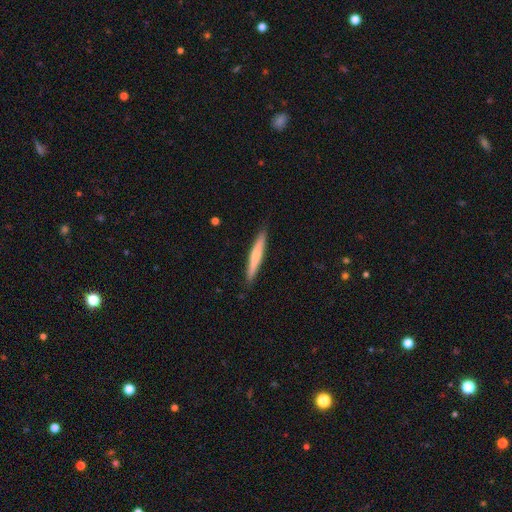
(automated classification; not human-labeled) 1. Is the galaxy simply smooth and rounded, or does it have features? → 62% smooth, 33% featured or disk, 5% star or artifact.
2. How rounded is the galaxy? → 95% cigar-shaped, 4% in between, 1% round.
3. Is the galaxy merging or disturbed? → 89% none, 8% minor disturbance, 1% major disturbance, 1% merger.